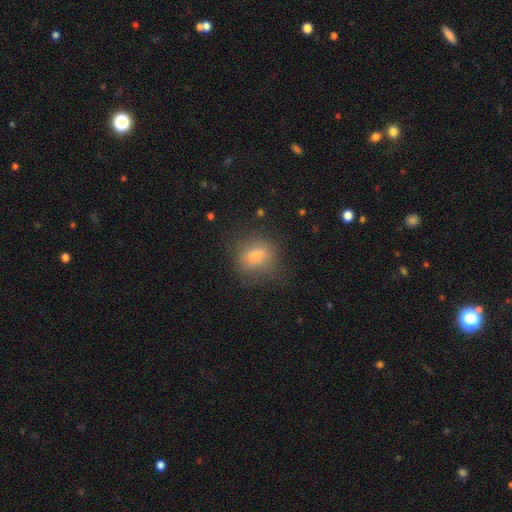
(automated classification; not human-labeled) Morphology: type=smooth (72%); roundness=round (59%); merging=none (76%).